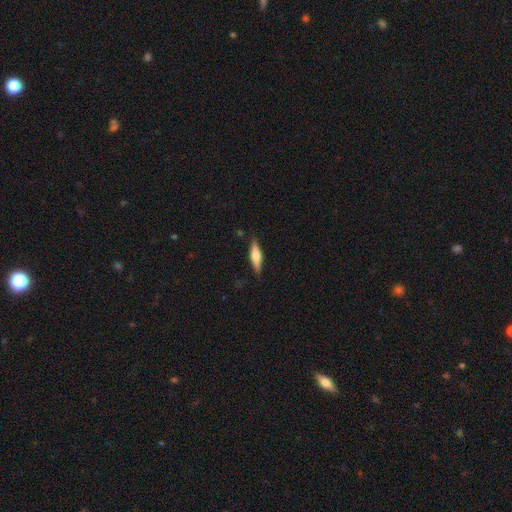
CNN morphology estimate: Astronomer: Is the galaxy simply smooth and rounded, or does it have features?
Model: smooth — 51% (runner-up: featured or disk, 43%).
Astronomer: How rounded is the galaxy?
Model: cigar-shaped — 68%.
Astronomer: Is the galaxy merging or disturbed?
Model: none — 85%.